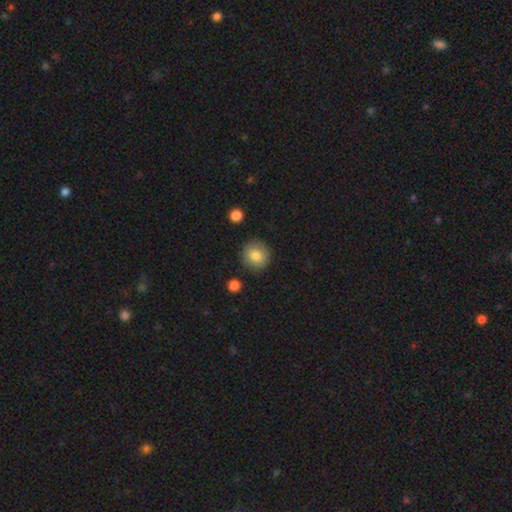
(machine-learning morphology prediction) A smooth galaxy with no disk features (83%) that is round (90%). Merging: none (87%).